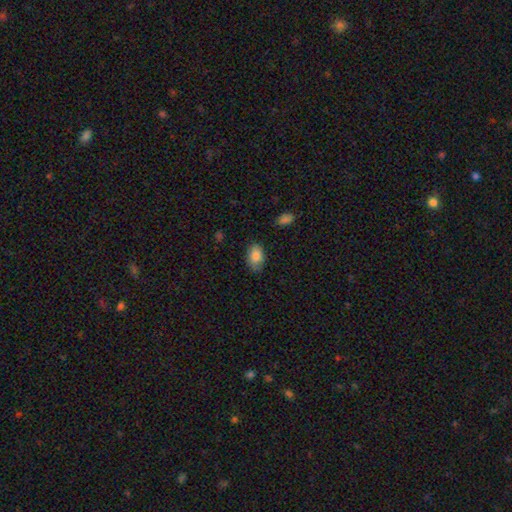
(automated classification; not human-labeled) Overall: smooth (86%). How rounded: in between (89%). Merging: none (78%).